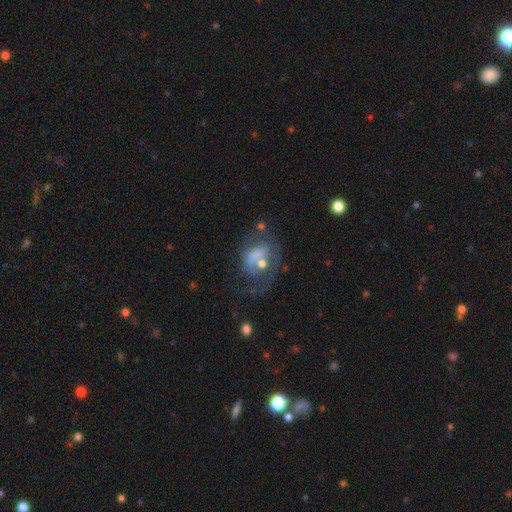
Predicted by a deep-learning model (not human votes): A featured or disk galaxy (60%) with no bar (61%), spiral arms (53%) and a moderate central bulge (39%). Merging: major disturbance (39%).